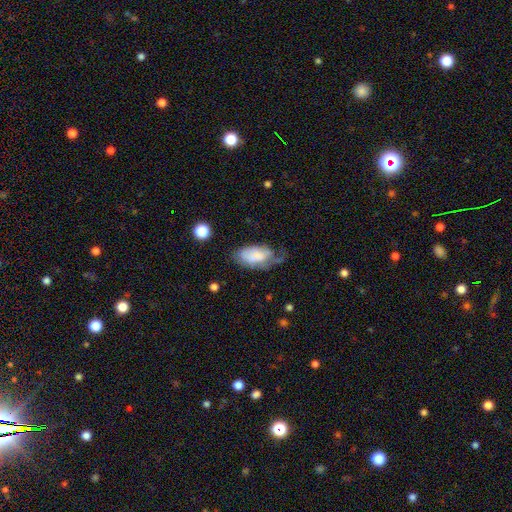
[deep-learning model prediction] A smooth galaxy with no disk features (64%) that is in between round and cigar-shaped (94%).

Vote fractions:
- Smooth or featured? smooth: 64% / featured or disk: 28% / star or artifact: 7%
- How rounded? in between: 94% / cigar-shaped: 3% / round: 3%
- Merging? major disturbance: 33% (tied) / minor disturbance: 33% (tied) / none: 31% / merger: 3%